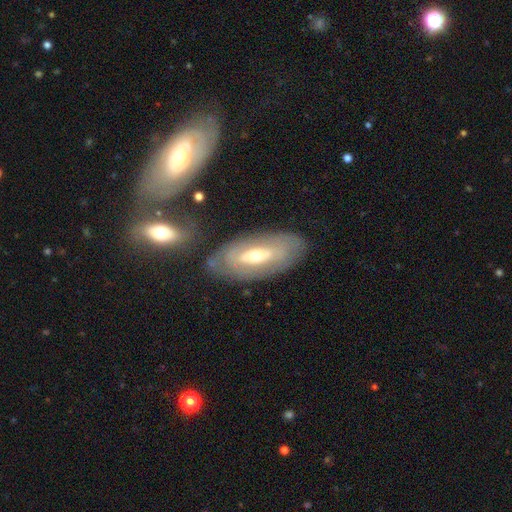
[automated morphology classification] This is likely a featured or disk galaxy (66%). It is clearly not viewed edge-on (85%). Bar: possibly no (51%). Spiral arm pattern: possibly no (52%). Central bulge: likely moderate (60%). Merging: likely none (73%).